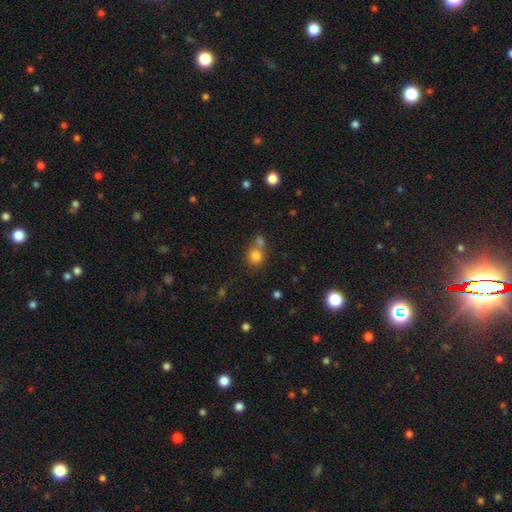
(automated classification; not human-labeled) Overall: smooth (80%). How rounded: round (79%). Merging: none (47%; merger 40%).